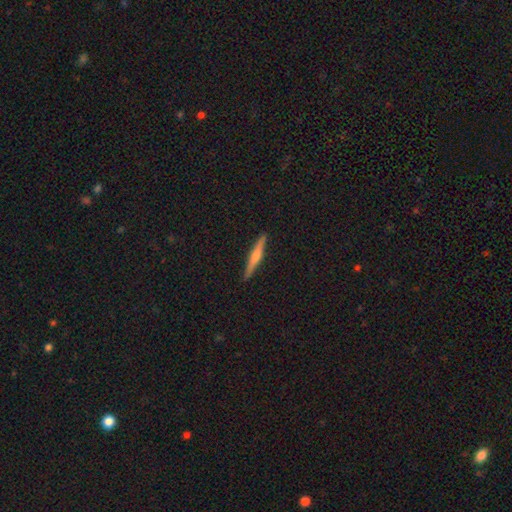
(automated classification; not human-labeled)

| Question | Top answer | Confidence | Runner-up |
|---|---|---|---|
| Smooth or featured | featured or disk | 66% | smooth (28%) |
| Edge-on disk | yes | 98% | no (2%) |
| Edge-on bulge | rounded | 81% | none (12%) |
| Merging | none | 91% | minor disturbance (6%) |